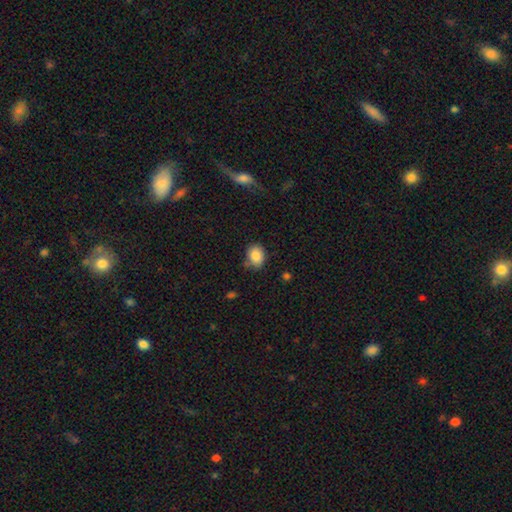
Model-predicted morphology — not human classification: This is clearly a smooth galaxy (86%). How rounded: possibly in between (52%). Merging: likely none (72%).